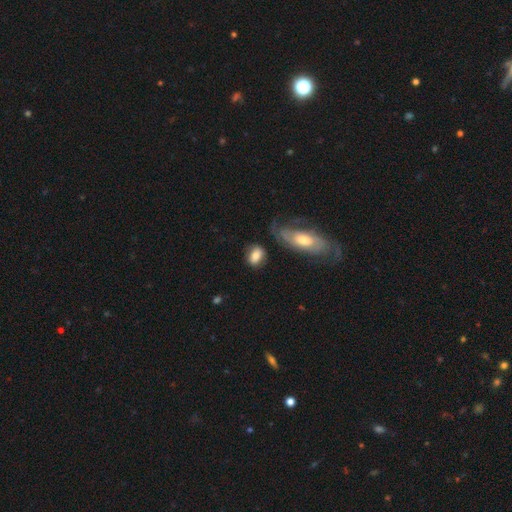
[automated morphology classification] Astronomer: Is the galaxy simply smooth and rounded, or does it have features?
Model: smooth — 78%.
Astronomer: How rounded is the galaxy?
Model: in between — 75%.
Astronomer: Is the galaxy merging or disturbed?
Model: none — 64%.